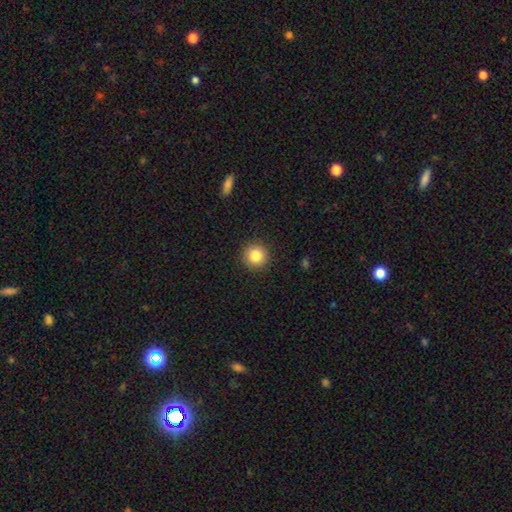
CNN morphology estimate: This is clearly a smooth galaxy (85%). How rounded: clearly round (94%). Merging: clearly none (92%).